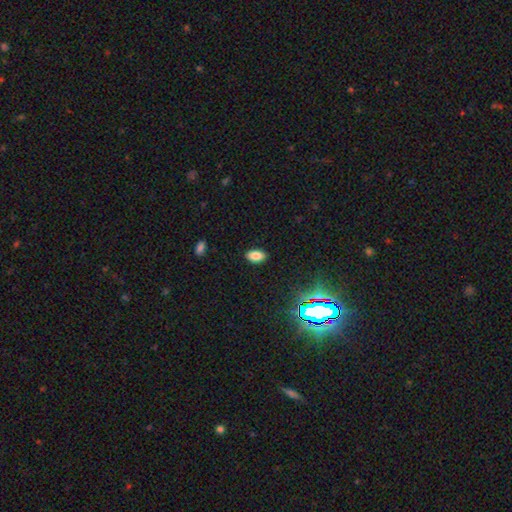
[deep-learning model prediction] A smooth galaxy with no disk features (79%) that is in between round and cigar-shaped (92%). Merging: none (88%).